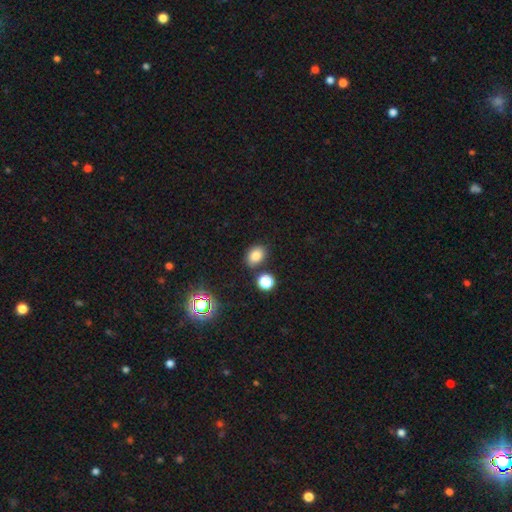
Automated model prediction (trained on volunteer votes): This appears to be a smooth galaxy with no disk features (78%) that is in between round and cigar-shaped (67%). Merging: none (79%).